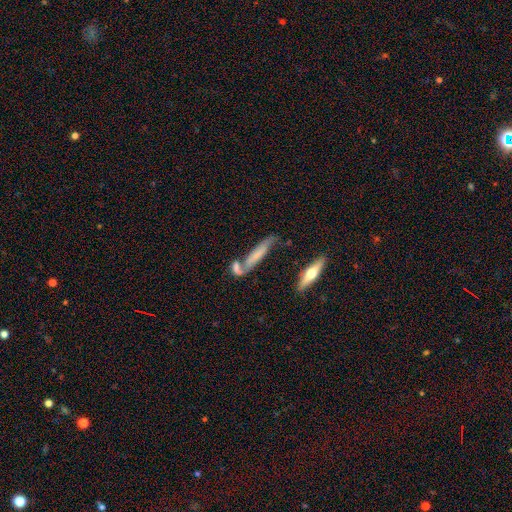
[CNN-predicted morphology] A featured or disk galaxy (50%).

Vote fractions:
- Smooth or featured? featured or disk: 50% / smooth: 41% / star or artifact: 10%
- Merging? none: 54% / merger: 23% / minor disturbance: 17% / major disturbance: 6%